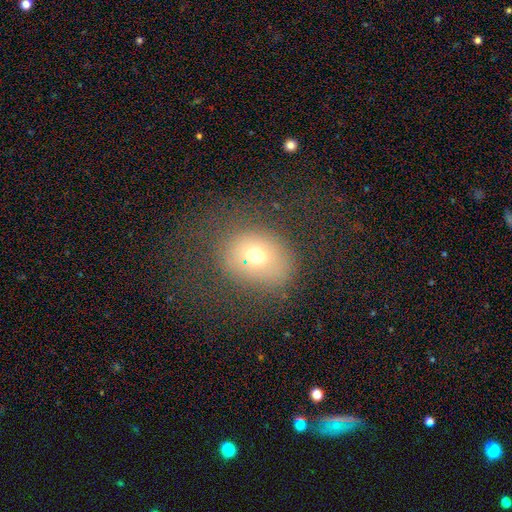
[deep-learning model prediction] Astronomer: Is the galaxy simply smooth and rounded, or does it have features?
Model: smooth — 68%.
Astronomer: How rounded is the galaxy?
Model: round — 56% (runner-up: in between, 43%).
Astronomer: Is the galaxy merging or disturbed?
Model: none — 62%.